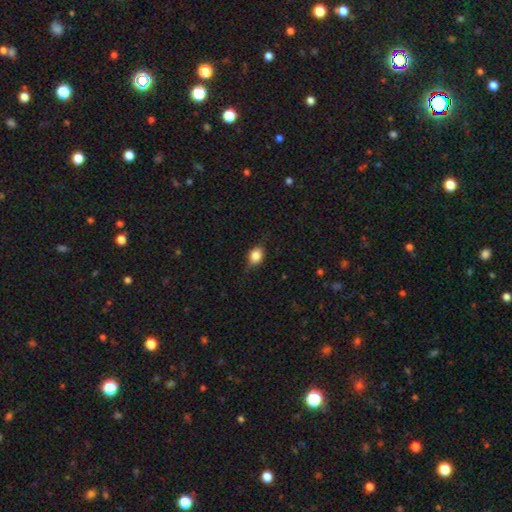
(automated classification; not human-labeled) smooth_or_featured: smooth (p=0.65) [alt: featured or disk p=0.25]
how_rounded: in between (p=0.54) [alt: round p=0.42]
merging: none (p=0.73) [alt: minor disturbance p=0.20]